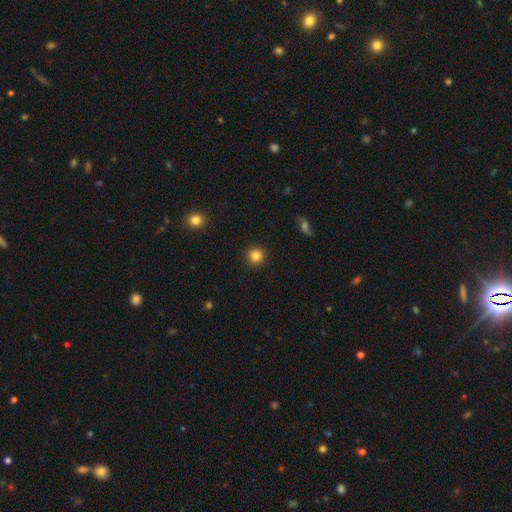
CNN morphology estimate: This appears to be a smooth galaxy with no disk features (84%) that is round (95%). Merging: none (92%).